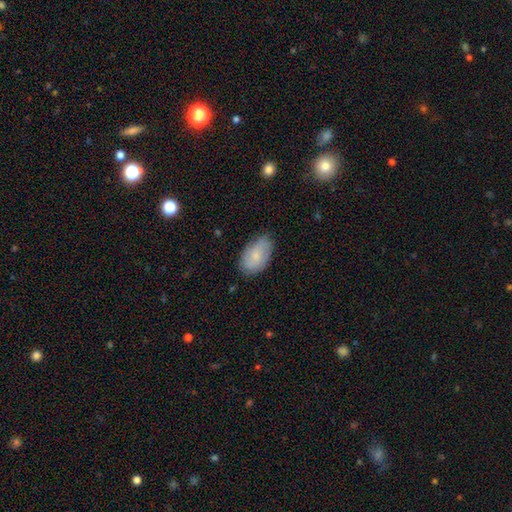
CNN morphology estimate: This appears to be a smooth galaxy with no disk features (58%) that is in between round and cigar-shaped (92%). Merging: none (75%).